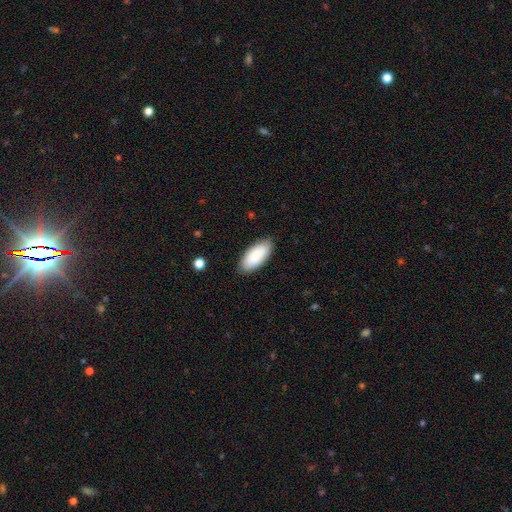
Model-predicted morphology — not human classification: Smooth or featured? smooth (89%)
How rounded? in between (89%)
Merging? none (87%)